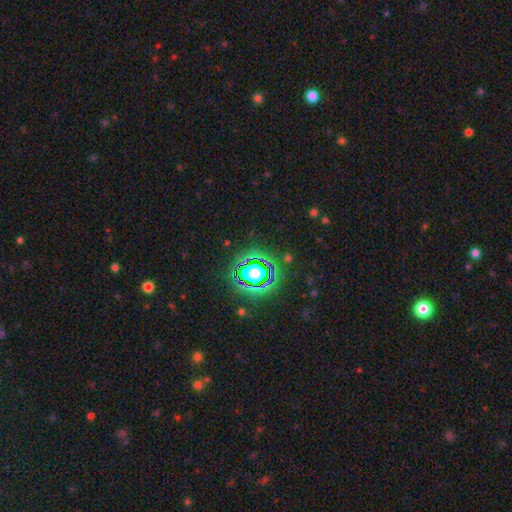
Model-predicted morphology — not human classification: Q: Smooth or featured?
A: star or artifact (71%); runner-up: smooth (19%)